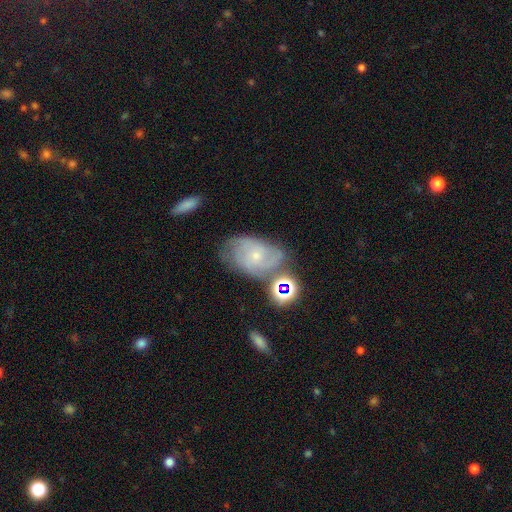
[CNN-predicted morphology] smooth-or-featured: featured or disk: 71% | smooth: 18% | star or artifact: 11%
  disk-edge-on: no: 96% | yes: 4%
    bar: no: 73% | weak: 23% | strong: 4%
    has-spiral-arms: yes: 90% | no: 10%
      spiral-winding: tight: 49% | medium: 38% | loose: 13%
      spiral-arm-count: can't tell: 35% | 2: 25% | 3: 23% | 4: 9% | 1: 4% | more than 4: 4%
    bulge-size: small: 73% | moderate: 22% | none: 2% | large: 1% | dominant: 1%
  merging: none: 57% | minor disturbance: 24% | major disturbance: 10% | merger: 9%